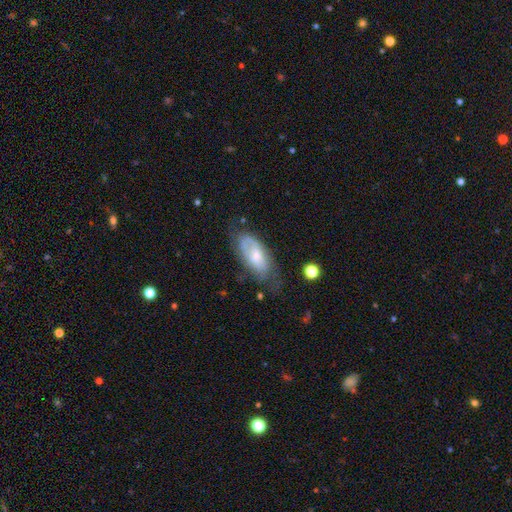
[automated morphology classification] Q: Smooth or featured?
A: smooth (47%); runner-up: featured or disk (46%)
Q: Merging?
A: none (47%); runner-up: minor disturbance (32%)